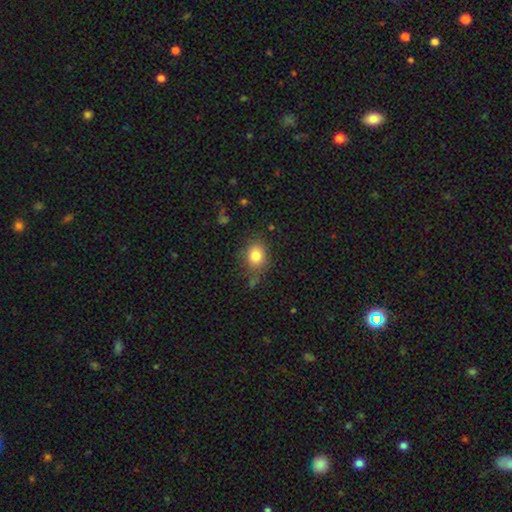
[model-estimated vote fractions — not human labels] The model was most divided on "how rounded": round: 56%, in between: 43%, cigar-shaped: 1%. More confident: smooth or featured — smooth (82%); merging — none (74%).